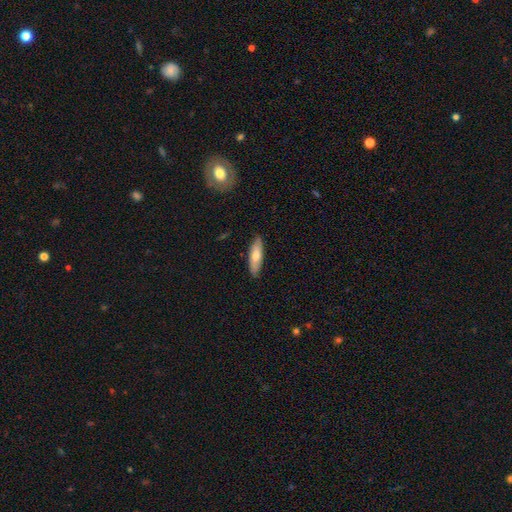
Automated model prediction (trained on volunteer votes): The model was most divided on "how rounded": in between: 50%, cigar-shaped: 48%, round: 2%. More confident: merging — none (86%); smooth or featured — smooth (66%).